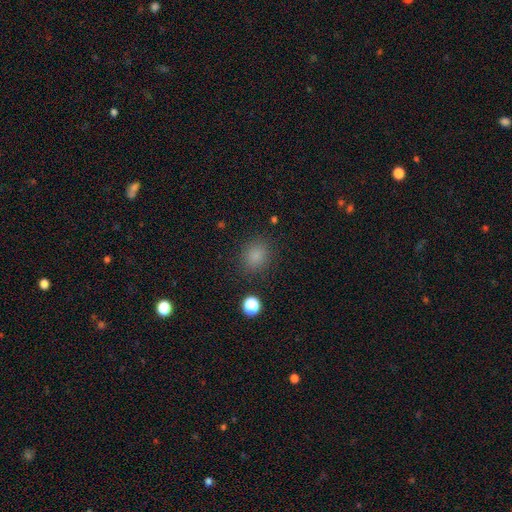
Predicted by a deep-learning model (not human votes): A smooth galaxy with no disk features (82%) that is round (66%).

Vote fractions:
- Smooth or featured? smooth: 82% / star or artifact: 14% / featured or disk: 4%
- How rounded? round: 66% / in between: 33% / cigar-shaped: 1%
- Merging? none: 85% / minor disturbance: 9% / major disturbance: 4% / merger: 2%